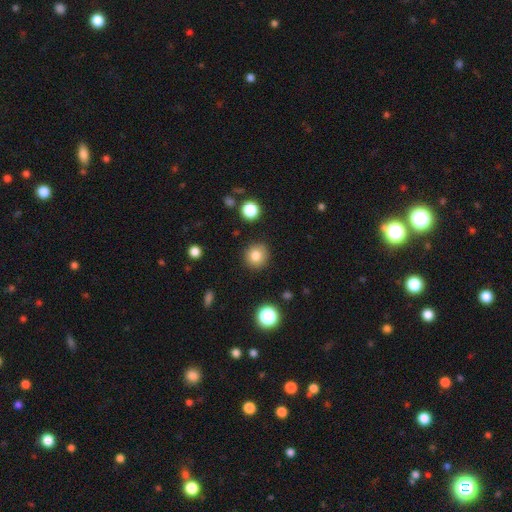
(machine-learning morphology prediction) smooth_or_featured: smooth (p=0.81) [alt: star or artifact p=0.11]
how_rounded: round (p=0.92) [alt: in between p=0.07]
merging: none (p=0.89) [alt: minor disturbance p=0.07]